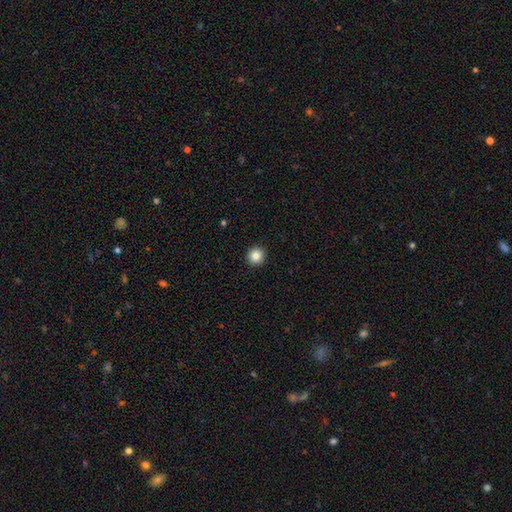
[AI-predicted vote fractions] Smooth or featured? Predicted: smooth (p=0.85). How rounded? Predicted: round (p=0.93). Merging? Predicted: none (p=0.93).